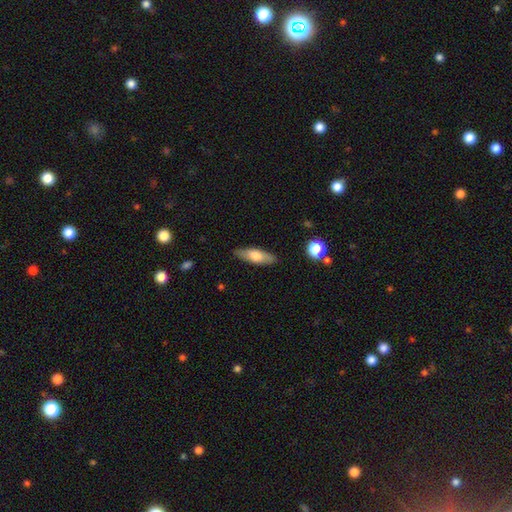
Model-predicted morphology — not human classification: A smooth galaxy with no disk features (61%) that is in between round and cigar-shaped (55%).

Vote fractions:
- Smooth or featured? smooth: 61% / featured or disk: 33% / star or artifact: 6%
- How rounded? in between: 55% / cigar-shaped: 42% / round: 3%
- Merging? none: 85% / minor disturbance: 11% / major disturbance: 2% / merger: 1%